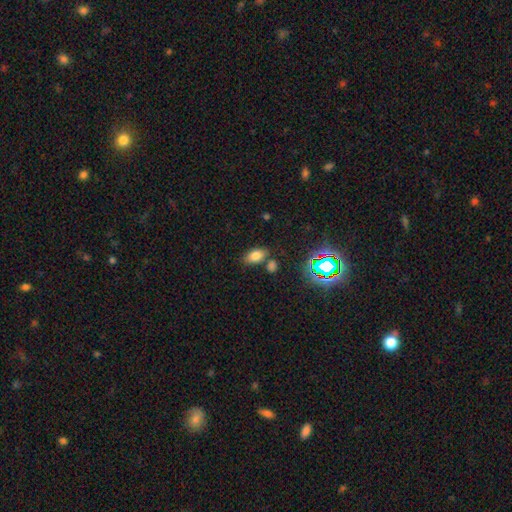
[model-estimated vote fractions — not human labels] Smooth or featured?
  - smooth: 75% *
  - star or artifact: 16%
  - featured or disk: 9%
How rounded?
  - in between: 89% *
  - round: 9%
  - cigar-shaped: 2%
Merging?
  - none: 72% *
  - merger: 12%
  - minor disturbance: 12%
  - major disturbance: 4%